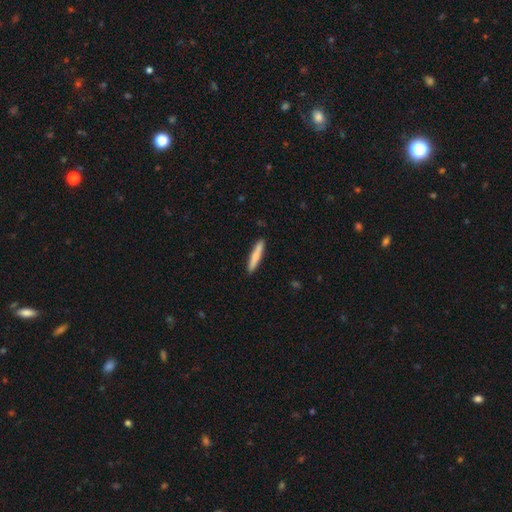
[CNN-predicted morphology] Smooth or featured?
  - smooth: 76% *
  - featured or disk: 19%
  - star or artifact: 5%
How rounded?
  - cigar-shaped: 91% *
  - in between: 8%
  - round: 1%
Merging?
  - none: 86% *
  - minor disturbance: 10%
  - merger: 2%
  - major disturbance: 2%